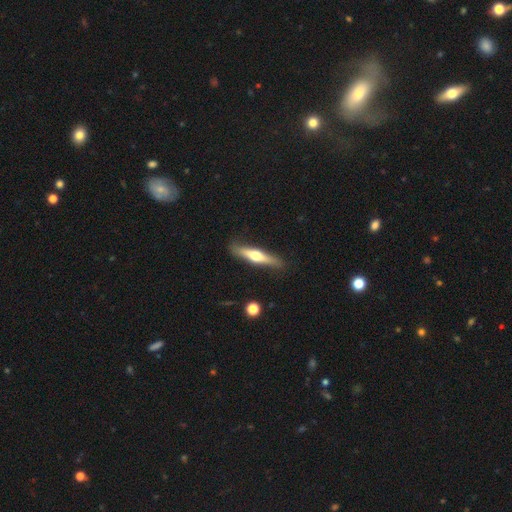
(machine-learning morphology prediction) Q: Smooth or featured?
A: featured or disk (57%); runner-up: smooth (37%)
Q: Edge-on disk?
A: yes (94%); runner-up: no (6%)
Q: Edge-on bulge?
A: rounded (92%); runner-up: none (4%)
Q: Merging?
A: none (84%); runner-up: minor disturbance (12%)